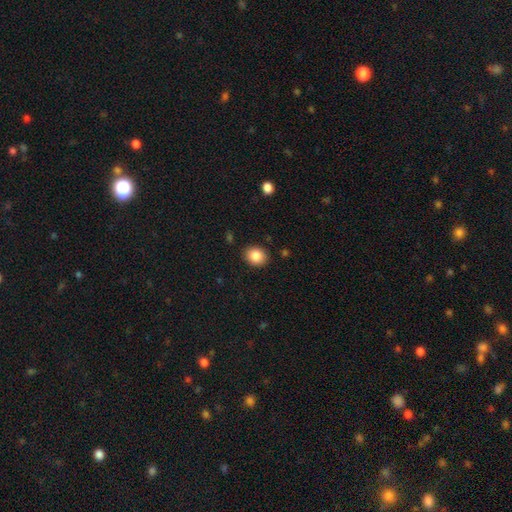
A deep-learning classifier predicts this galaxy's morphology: smooth_or_featured: smooth (p=0.86) [alt: star or artifact p=0.08]
how_rounded: round (p=0.60) [alt: in between p=0.39]
merging: none (p=0.88) [alt: minor disturbance p=0.08]